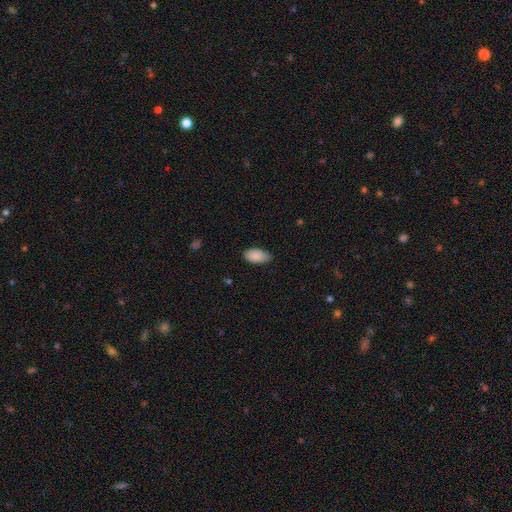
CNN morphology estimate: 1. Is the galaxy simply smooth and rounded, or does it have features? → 89% smooth, 6% star or artifact, 4% featured or disk.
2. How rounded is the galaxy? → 94% in between, 3% cigar-shaped, 3% round.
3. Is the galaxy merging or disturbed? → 76% none, 20% minor disturbance, 3% major disturbance, 1% merger.